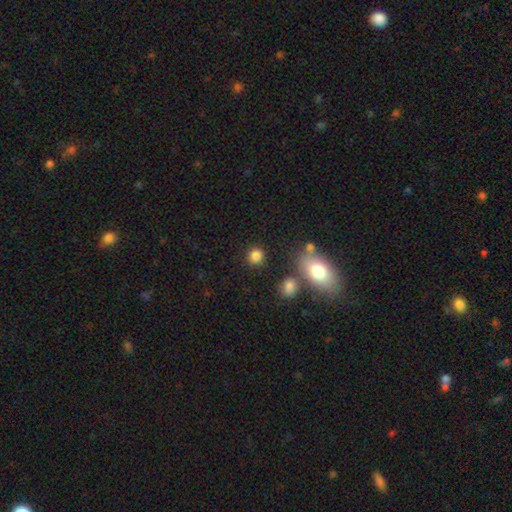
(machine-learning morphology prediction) smooth-or-featured: smooth: 84% | star or artifact: 11% | featured or disk: 5%
  how-rounded: round: 87% | in between: 12% | cigar-shaped: 1%
  merging: none: 84% | minor disturbance: 8% | merger: 5% | major disturbance: 3%